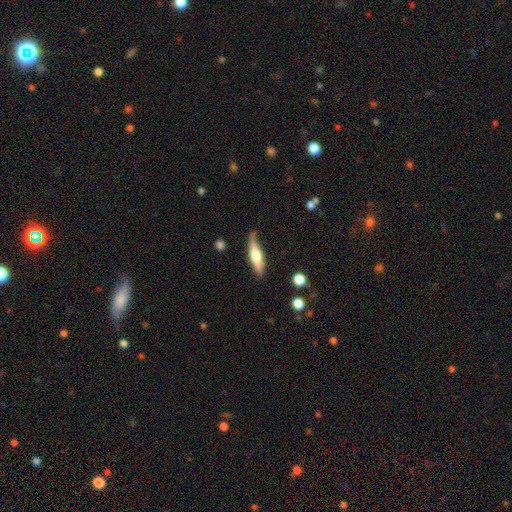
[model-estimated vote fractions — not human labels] The model was most divided on "smooth or featured": smooth: 51%, featured or disk: 44%, star or artifact: 5%. More confident: merging — none (74%); how rounded — cigar-shaped (71%).